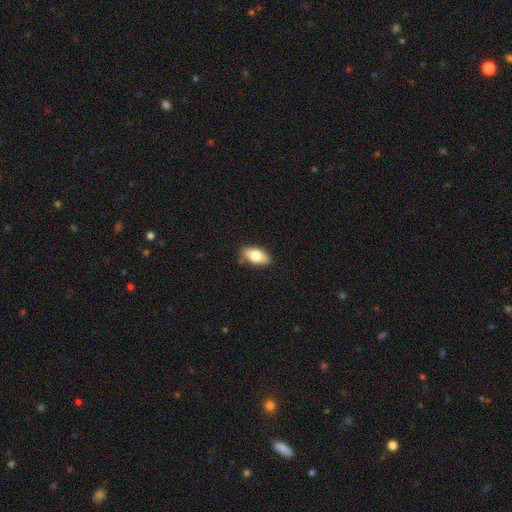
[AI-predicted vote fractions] A smooth galaxy with no disk features (78%) that is in between round and cigar-shaped (90%).

Vote fractions:
- Smooth or featured? smooth: 78% / featured or disk: 16% / star or artifact: 7%
- How rounded? in between: 90% / cigar-shaped: 6% / round: 4%
- Merging? none: 81% / minor disturbance: 15% / major disturbance: 2% / merger: 2%